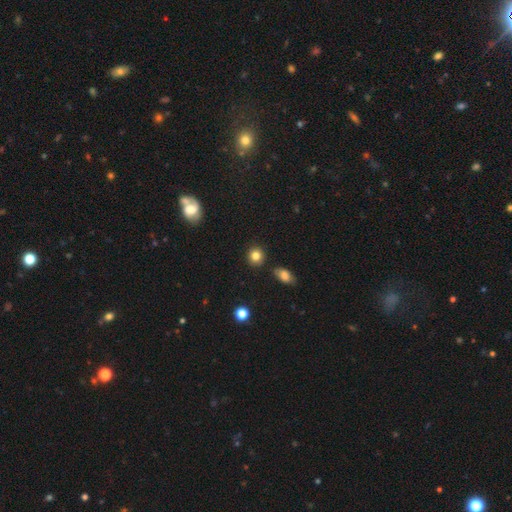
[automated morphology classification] type=smooth (83%); roundness=round (87%); merging=none (87%).